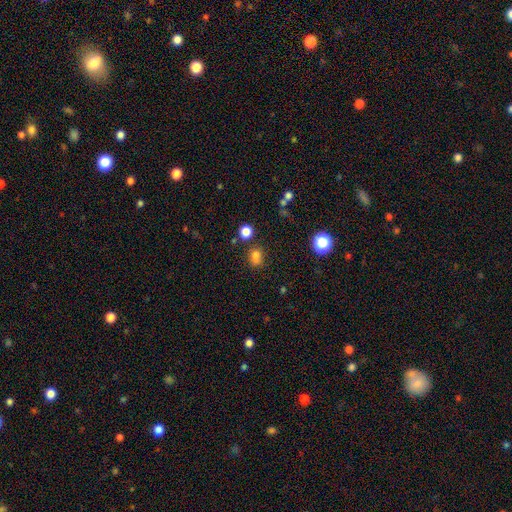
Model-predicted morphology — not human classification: type=smooth (74%); roundness=round (62%); merging=none (62%).